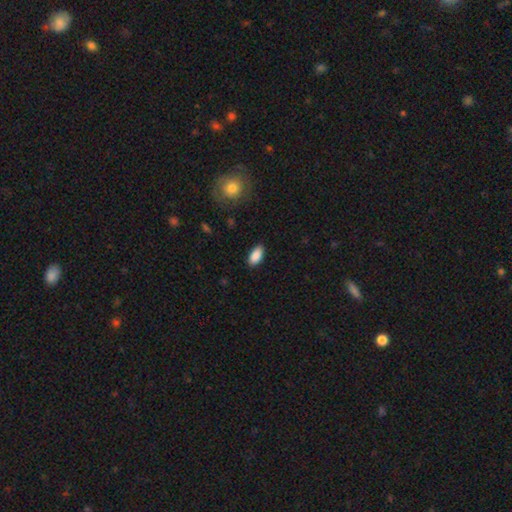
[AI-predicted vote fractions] Q: Smooth or featured?
A: smooth (88%); runner-up: star or artifact (7%)
Q: How rounded?
A: in between (92%); runner-up: cigar-shaped (6%)
Q: Merging?
A: none (86%); runner-up: minor disturbance (11%)